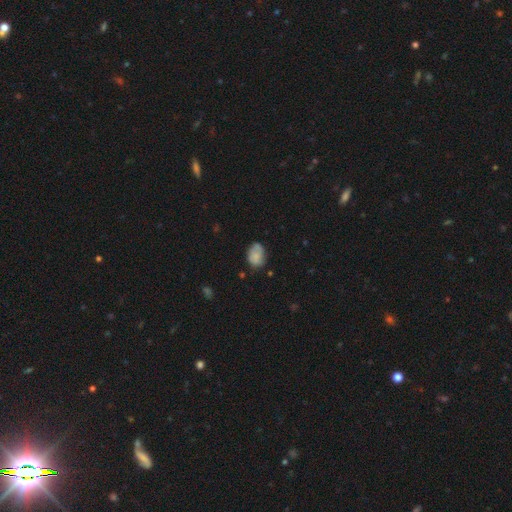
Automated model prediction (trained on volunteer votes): smooth_or_featured: smooth (p=0.75) [alt: featured or disk p=0.17]
how_rounded: in between (p=0.78) [alt: round p=0.21]
merging: none (p=0.56) [alt: minor disturbance p=0.31]